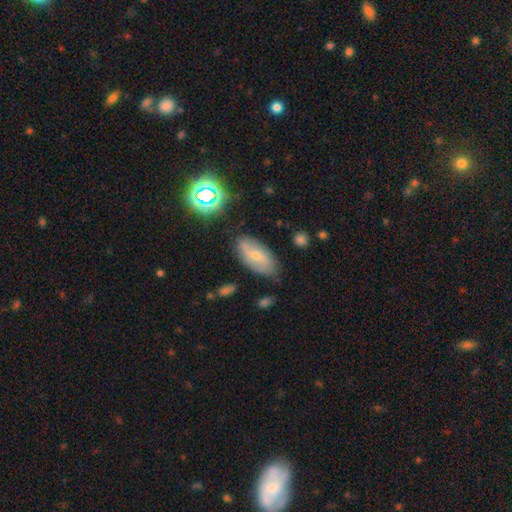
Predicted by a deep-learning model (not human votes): Smooth or featured? Predicted: smooth (p=0.50). How rounded? Predicted: in between (p=0.89). Merging? Predicted: none (p=0.71).